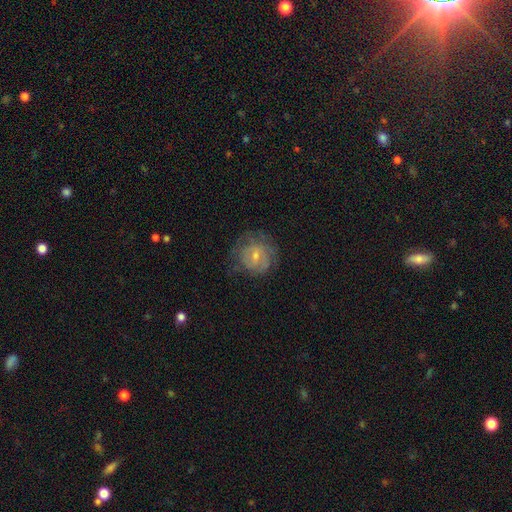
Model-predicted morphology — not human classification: smooth-or-featured: featured or disk: 56% | smooth: 35% | star or artifact: 9%
  disk-edge-on: no: 97% | yes: 3%
    bar: weak: 46% | no: 45% | strong: 9%
    has-spiral-arms: yes: 68% | no: 32%
    bulge-size: small: 55% | moderate: 39% | none: 4% | large: 2% | dominant: 1%
  merging: none: 64% | minor disturbance: 22% | major disturbance: 14% | merger: 1%